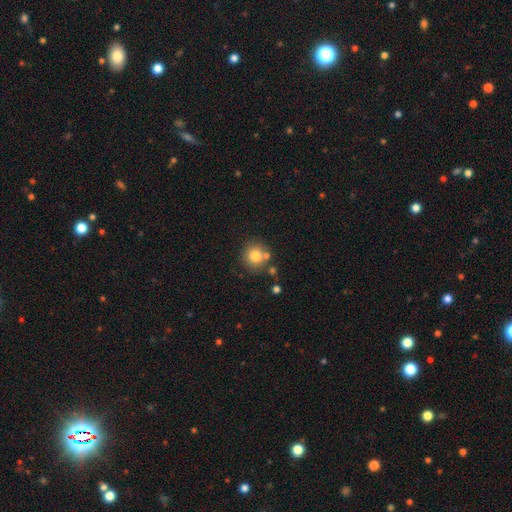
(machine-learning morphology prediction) Smooth or featured? smooth (80%)
How rounded? round (88%)
Merging? none (71%)